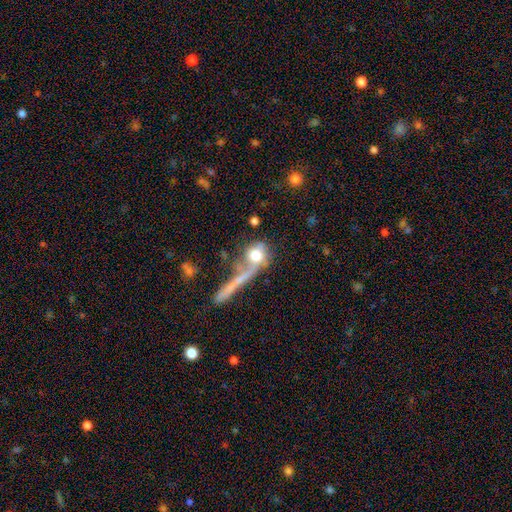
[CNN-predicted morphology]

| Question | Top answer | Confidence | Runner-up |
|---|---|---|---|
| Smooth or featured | smooth | 61% | featured or disk (28%) |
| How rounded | round | 60% | in between (29%) |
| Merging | merger | 33% | none (32%) |